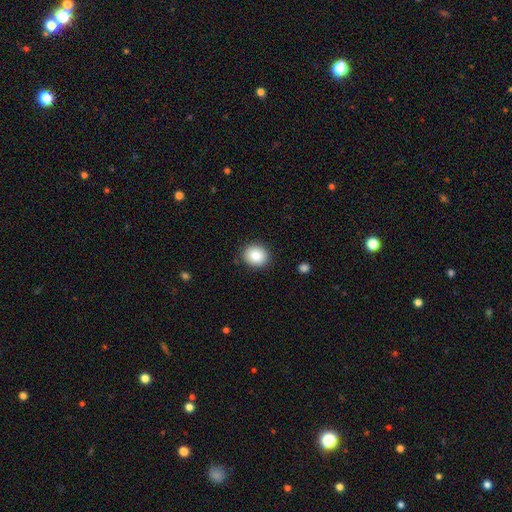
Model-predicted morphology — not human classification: A smooth galaxy with no disk features (85%) that is round (75%). Merging: none (89%).